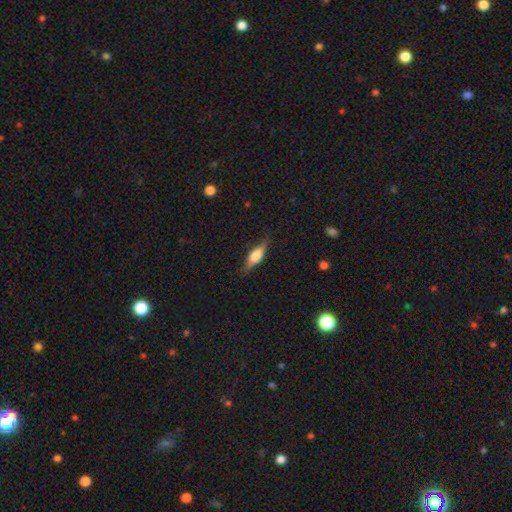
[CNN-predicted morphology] type=featured or disk (48%); merging=none (81%).